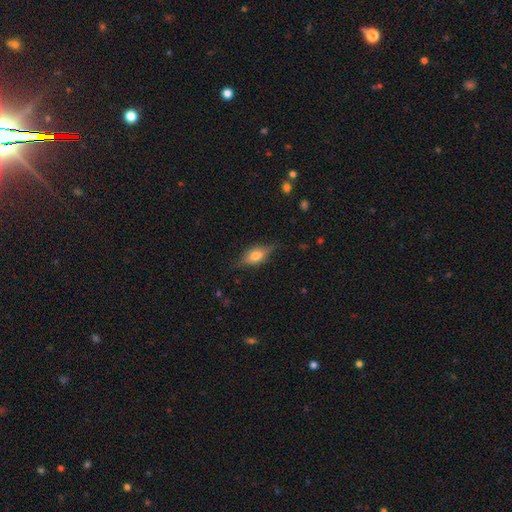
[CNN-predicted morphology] Smooth or featured? Predicted: featured or disk (p=0.51). Edge-on disk? Predicted: yes (p=0.90). Merging? Predicted: none (p=0.77).